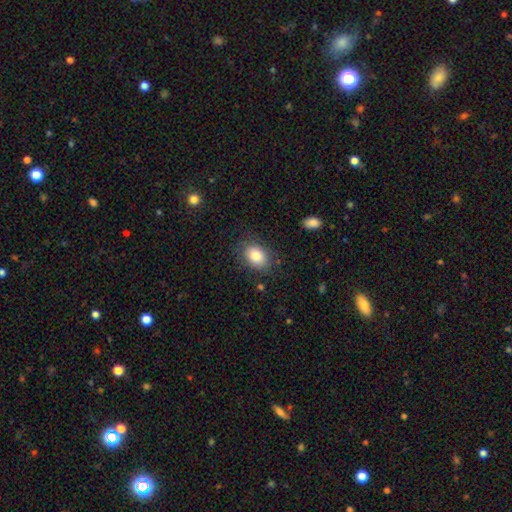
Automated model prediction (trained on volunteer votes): smooth 84%, featured or disk 8%, star or artifact 8%. Down the decision tree: how rounded — in between (74%); merging — none (79%).